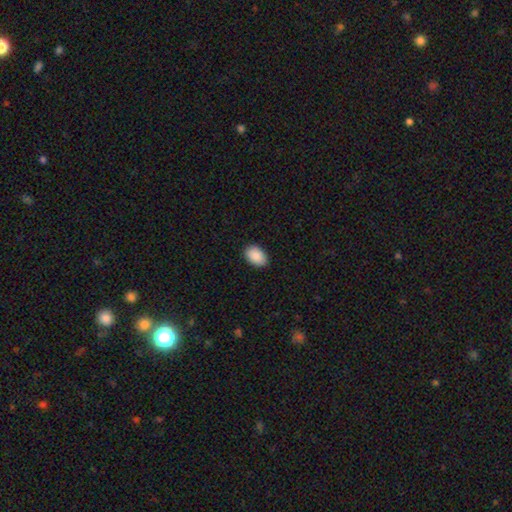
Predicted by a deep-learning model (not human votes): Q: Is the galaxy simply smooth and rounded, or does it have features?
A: smooth — 91%.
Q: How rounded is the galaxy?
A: in between — 90%.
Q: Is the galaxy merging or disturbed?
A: none — 88%.